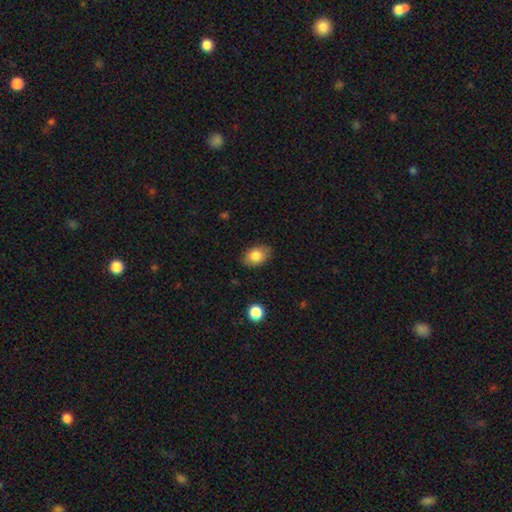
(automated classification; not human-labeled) smooth-or-featured: smooth: 83% | featured or disk: 9% | star or artifact: 8%
  how-rounded: in between: 79% | round: 20% | cigar-shaped: 1%
  merging: none: 81% | minor disturbance: 15% | major disturbance: 3% | merger: 1%